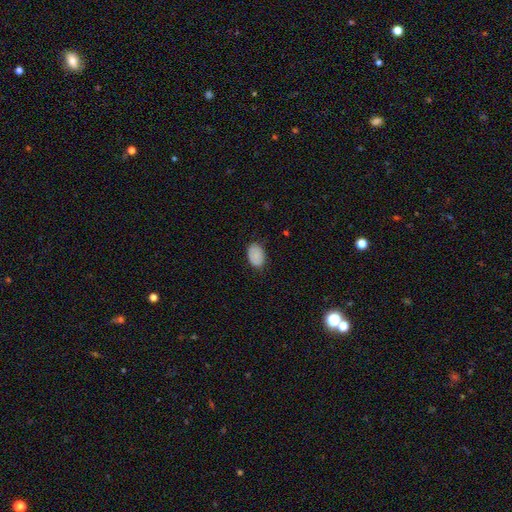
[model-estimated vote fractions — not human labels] This is clearly a smooth galaxy (83%). How rounded: clearly in between (86%). Merging: clearly none (80%).